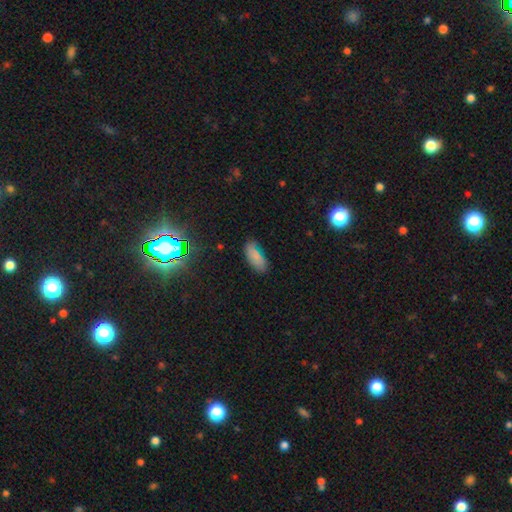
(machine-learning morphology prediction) Smooth or featured? Predicted: smooth (p=0.76). How rounded? Predicted: in between (p=0.87). Merging? Predicted: none (p=0.67).